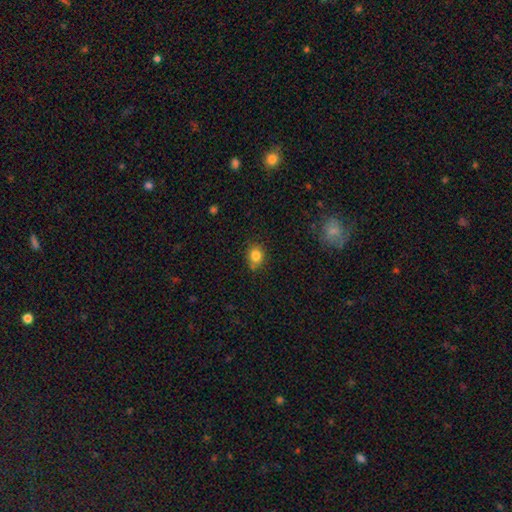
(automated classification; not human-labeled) Q: Smooth or featured?
A: smooth (83%); runner-up: star or artifact (11%)
Q: How rounded?
A: round (59%); runner-up: in between (40%)
Q: Merging?
A: none (77%); runner-up: minor disturbance (16%)